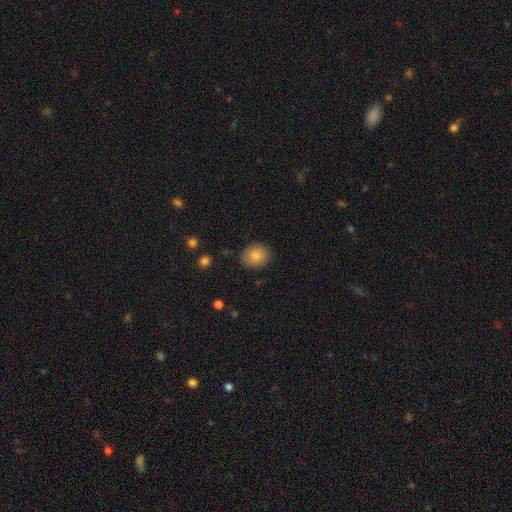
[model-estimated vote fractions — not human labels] This is clearly a smooth galaxy (82%). How rounded: likely round (68%). Merging: clearly none (88%).